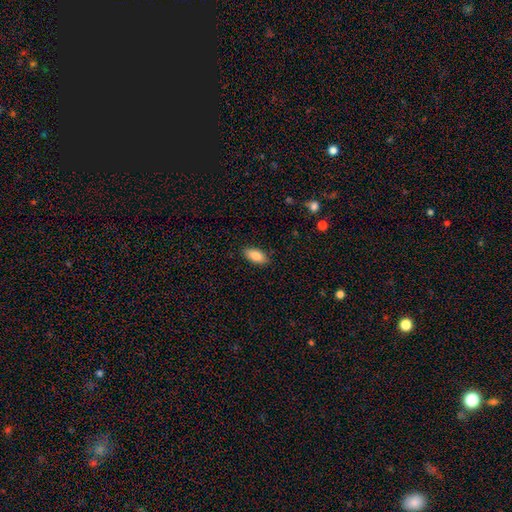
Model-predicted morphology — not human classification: A smooth galaxy with no disk features (86%) that is in between round and cigar-shaped (89%).

Vote fractions:
- Smooth or featured? smooth: 86% / featured or disk: 7% / star or artifact: 7%
- How rounded? in between: 89% / cigar-shaped: 8% / round: 2%
- Merging? none: 87% / minor disturbance: 9% / major disturbance: 2% / merger: 1%